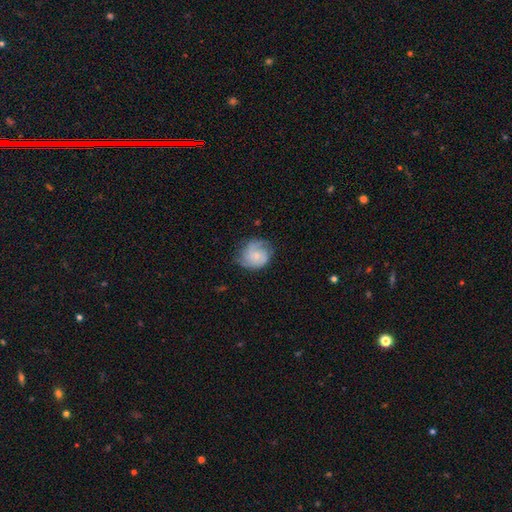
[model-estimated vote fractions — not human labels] featured or disk 56%, smooth 37%, star or artifact 7%. Down the decision tree: edge-on disk — no (98%); bar — no (76%); spiral arms — yes (89%); bulge size — small (59%); merging — none (62%).